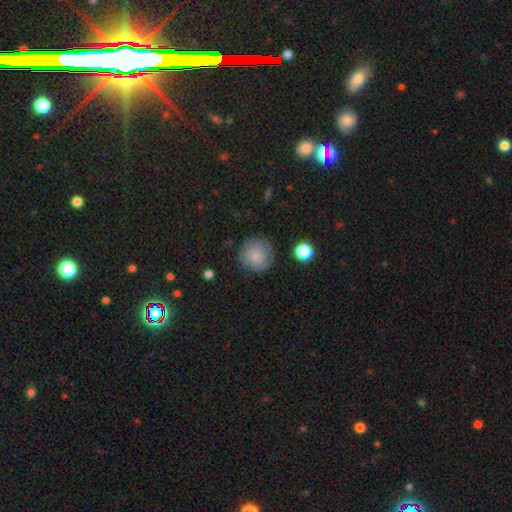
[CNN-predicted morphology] type=smooth (83%); roundness=round (93%); merging=none (83%).